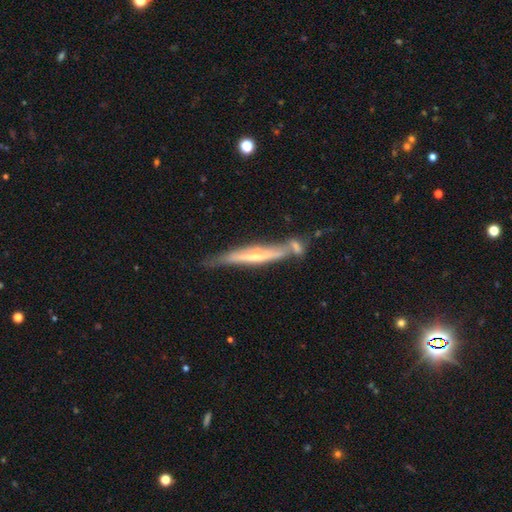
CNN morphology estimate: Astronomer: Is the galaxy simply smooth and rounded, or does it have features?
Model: featured or disk — 68%.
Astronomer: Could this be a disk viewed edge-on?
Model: yes — 90%.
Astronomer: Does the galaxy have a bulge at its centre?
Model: rounded — 52% (runner-up: none, 38%).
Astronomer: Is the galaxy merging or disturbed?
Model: none — 51%.